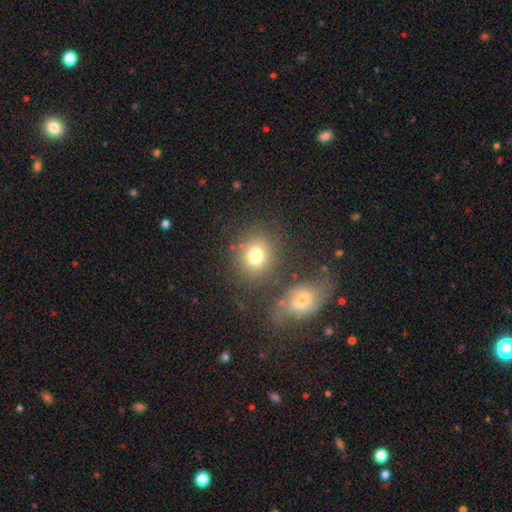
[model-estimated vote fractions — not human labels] smooth_or_featured: smooth (p=0.77) [alt: star or artifact p=0.12]
how_rounded: round (p=0.79) [alt: in between p=0.20]
merging: none (p=0.72) [alt: merger p=0.12]